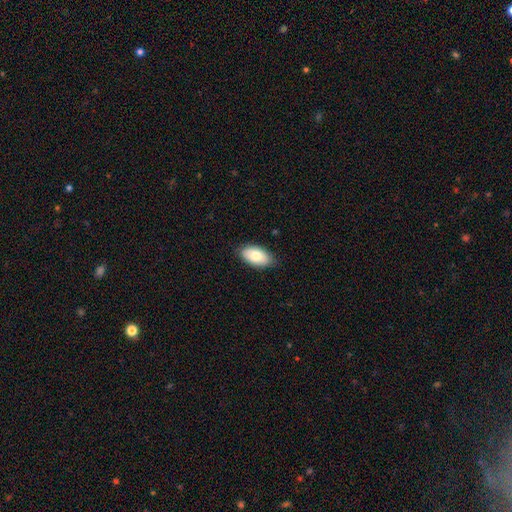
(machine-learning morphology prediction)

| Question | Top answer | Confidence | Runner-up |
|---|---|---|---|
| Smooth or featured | smooth | 80% | featured or disk (14%) |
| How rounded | in between | 94% | round (3%) |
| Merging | none | 84% | minor disturbance (13%) |